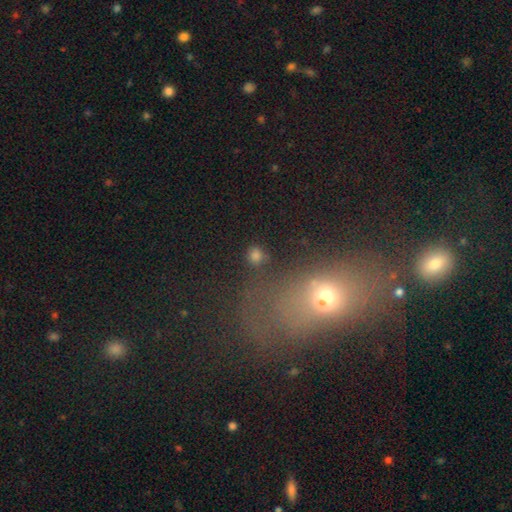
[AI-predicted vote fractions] Smooth or featured?
  - smooth: 74% *
  - star or artifact: 19%
  - featured or disk: 7%
How rounded?
  - round: 87% *
  - in between: 12%
  - cigar-shaped: 2%
Merging?
  - none: 79% *
  - minor disturbance: 9%
  - merger: 7%
  - major disturbance: 5%